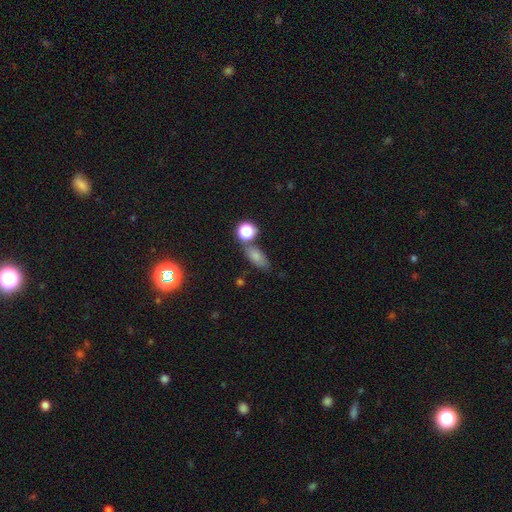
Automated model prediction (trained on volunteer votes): A smooth galaxy with no disk features (76%) that is in between round and cigar-shaped (74%). Merging: none (64%).